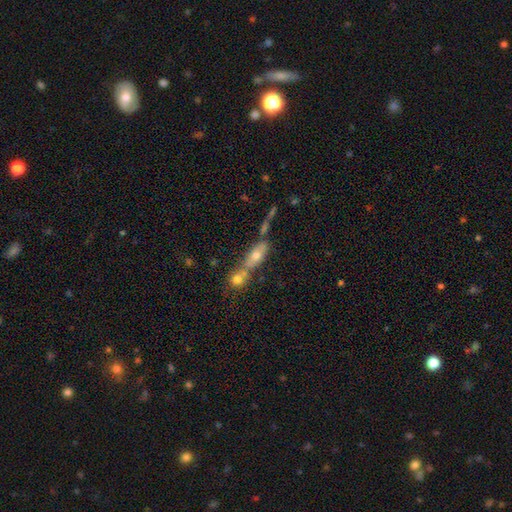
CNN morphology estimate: smooth-or-featured: smooth: 52% | featured or disk: 34% | star or artifact: 14%
  how-rounded: in between: 55% | cigar-shaped: 29% | round: 16%
  merging: merger: 53% | none: 31% | minor disturbance: 10% | major disturbance: 6%